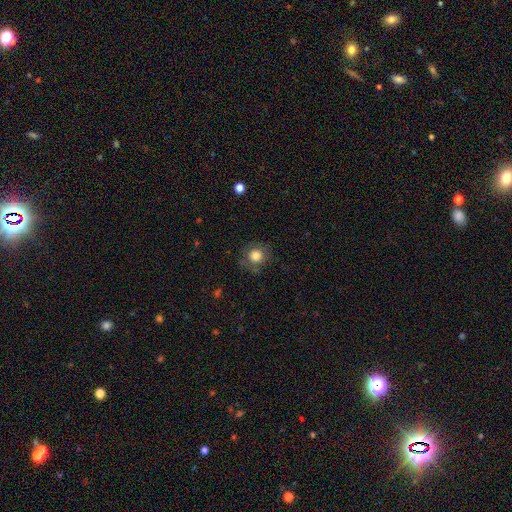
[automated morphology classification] smooth 79%, featured or disk 11%, star or artifact 10%. Down the decision tree: how rounded — round (88%); merging — none (77%).